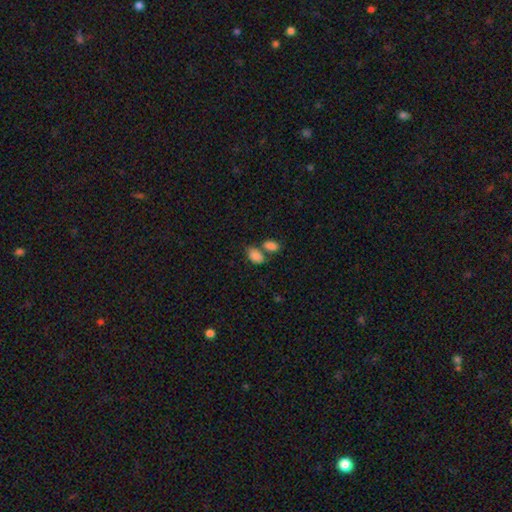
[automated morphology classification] Smooth or featured?
  - smooth: 86% *
  - star or artifact: 8%
  - featured or disk: 6%
How rounded?
  - in between: 90% *
  - round: 8%
  - cigar-shaped: 1%
Merging?
  - merger: 45% *
  - none: 39%
  - minor disturbance: 11%
  - major disturbance: 5%